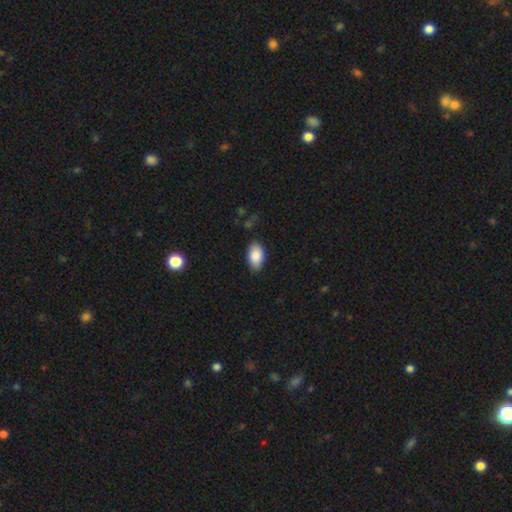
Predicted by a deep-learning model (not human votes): Morphology: type=smooth (88%); roundness=in between (93%); merging=none (85%).